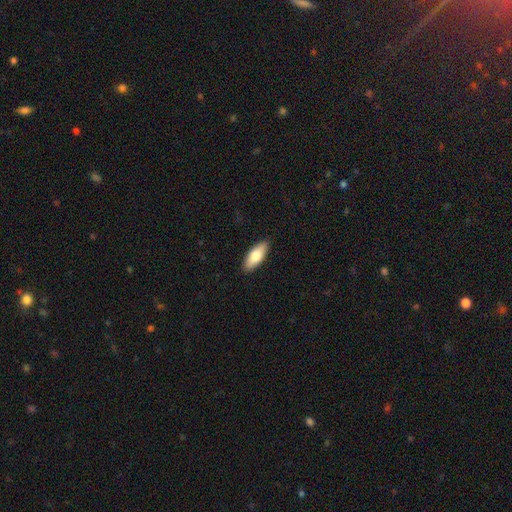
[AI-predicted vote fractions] Overall: smooth (75%). How rounded: in between (75%). Merging: none (90%).